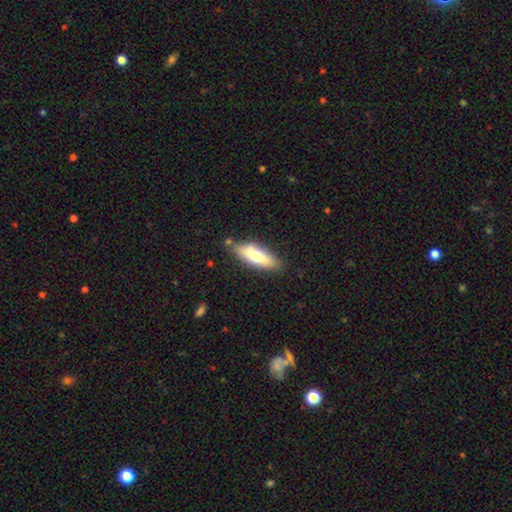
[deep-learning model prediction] This appears to be a smooth galaxy with no disk features (64%) that is in between round and cigar-shaped (58%). Merging: none (74%).